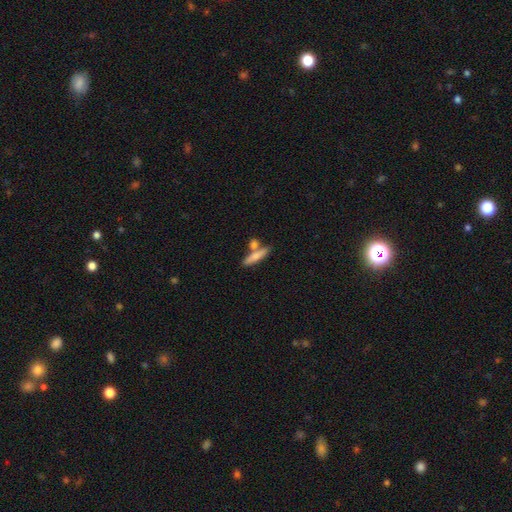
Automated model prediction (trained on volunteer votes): Q: Smooth or featured?
A: smooth (71%); runner-up: featured or disk (22%)
Q: How rounded?
A: cigar-shaped (75%); runner-up: in between (21%)
Q: Merging?
A: none (59%); runner-up: merger (26%)